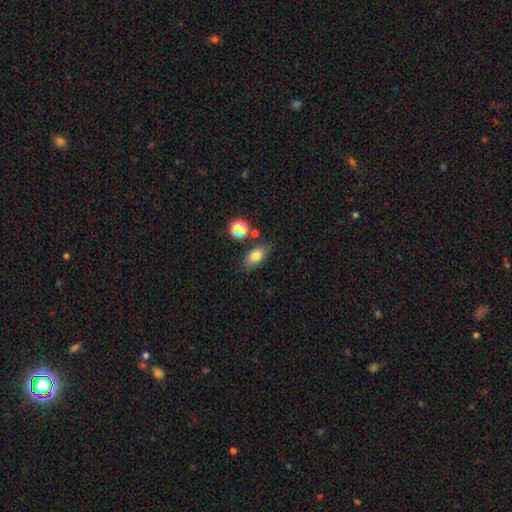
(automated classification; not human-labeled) smooth 76%, featured or disk 12%, star or artifact 12%. Down the decision tree: how rounded — in between (85%); merging — none (75%).